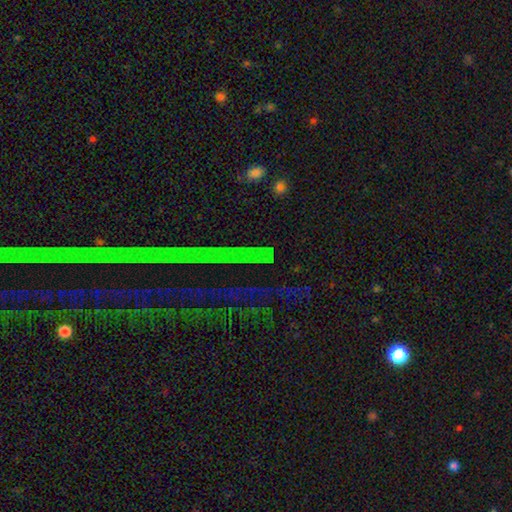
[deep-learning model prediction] Morphology: type=star or artifact (79%).